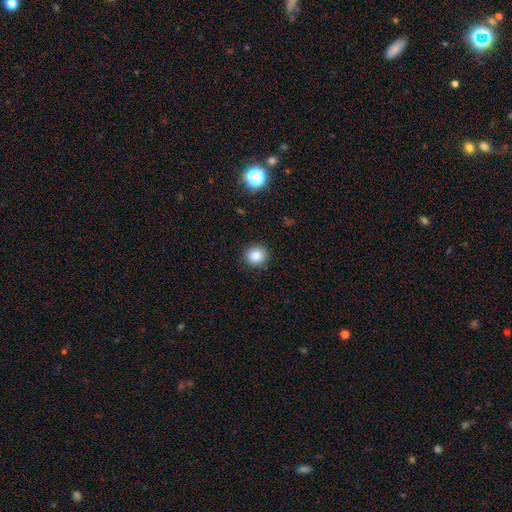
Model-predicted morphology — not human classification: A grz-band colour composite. It shows a smooth galaxy with no disk features (83%) that is round (87%). Merging: none (90%).